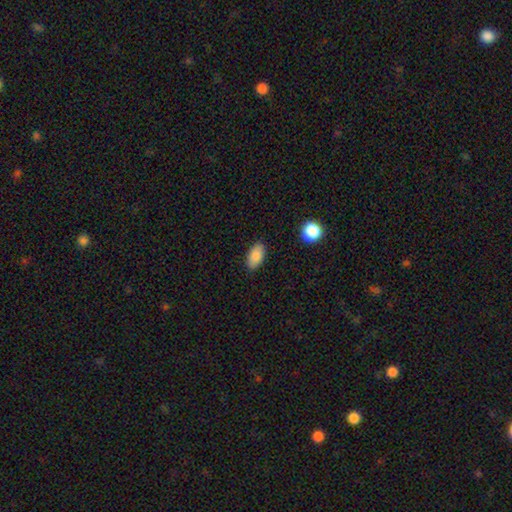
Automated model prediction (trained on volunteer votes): A smooth galaxy with no disk features (87%) that is in between round and cigar-shaped (93%). Merging: none (87%).